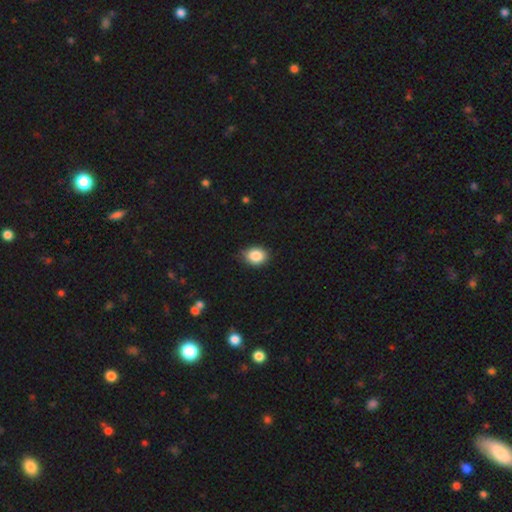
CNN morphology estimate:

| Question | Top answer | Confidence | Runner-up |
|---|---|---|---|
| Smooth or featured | smooth | 86% | star or artifact (9%) |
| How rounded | in between | 54% | round (45%) |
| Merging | none | 79% | minor disturbance (18%) |